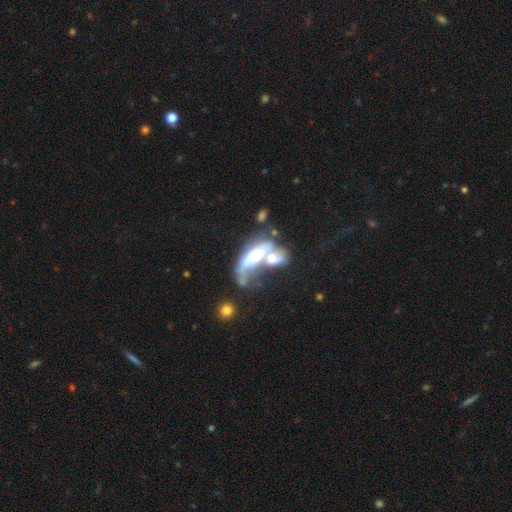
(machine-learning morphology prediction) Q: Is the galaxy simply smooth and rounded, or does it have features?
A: featured or disk — 58%.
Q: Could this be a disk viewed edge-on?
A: no — 87%.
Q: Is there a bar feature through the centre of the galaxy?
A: no — 76%.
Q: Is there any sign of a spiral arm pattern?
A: no — 68%.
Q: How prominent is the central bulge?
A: moderate — 51%.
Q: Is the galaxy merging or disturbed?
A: merger — 69%.